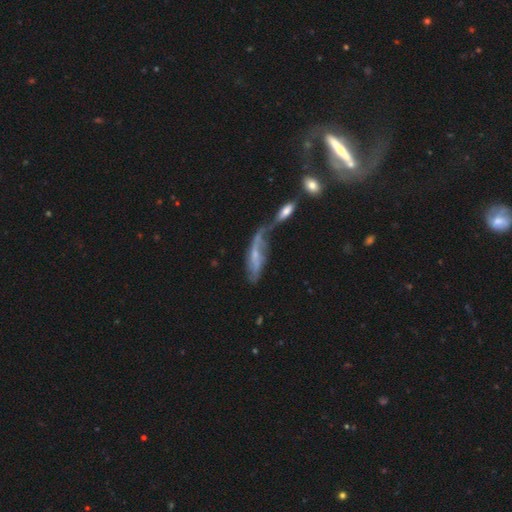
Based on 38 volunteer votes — Volunteers were most divided on "spiral arm count" (2-way tie): 1: 43%, 2: 43%, can't tell: 14%, 3: 0%, 4: 0%, more than 4: 0%. More confident: spiral winding — loose (100%); bar — no (75%); spiral arms — yes (58%); bulge size — small (58%); smooth or featured — featured or disk (58%); edge-on disk — no (55%); merging — merger (53%).